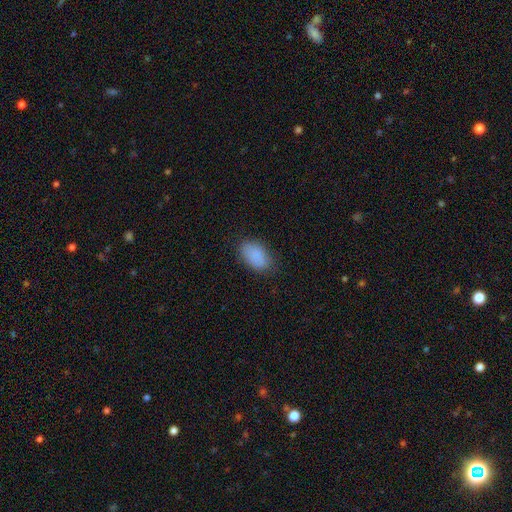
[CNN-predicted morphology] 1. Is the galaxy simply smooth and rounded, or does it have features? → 89% smooth, 7% star or artifact, 4% featured or disk.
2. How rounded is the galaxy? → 91% in between, 7% round, 2% cigar-shaped.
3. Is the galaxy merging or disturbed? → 80% none, 15% minor disturbance, 4% major disturbance, 1% merger.